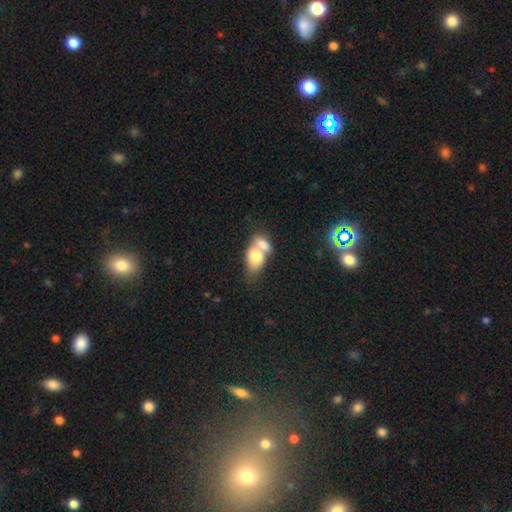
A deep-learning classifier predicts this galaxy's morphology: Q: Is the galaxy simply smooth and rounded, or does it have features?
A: smooth — 73%.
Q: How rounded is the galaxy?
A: in between — 78%.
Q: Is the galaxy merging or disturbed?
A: merger — 74%.